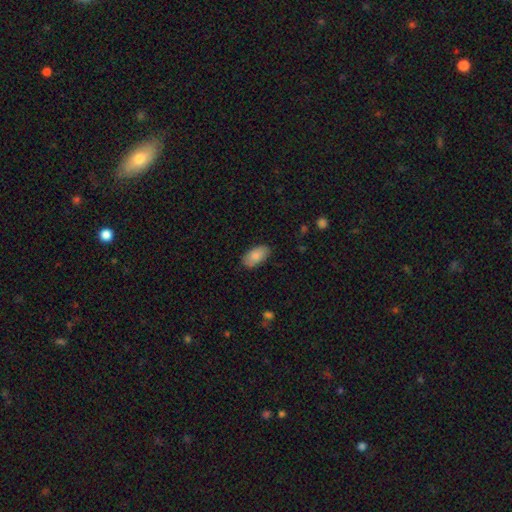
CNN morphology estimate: smooth-or-featured: smooth: 86% | featured or disk: 8% | star or artifact: 6%
  how-rounded: in between: 95% | cigar-shaped: 3% | round: 3%
  merging: none: 83% | minor disturbance: 13% | major disturbance: 3% | merger: 1%